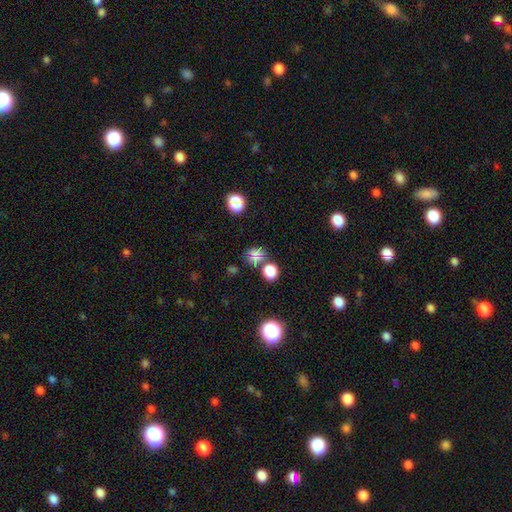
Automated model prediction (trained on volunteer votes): The model was most divided on "smooth or featured": smooth: 66%, star or artifact: 24%, featured or disk: 10%. More confident: how rounded — round (73%); merging — none (63%).